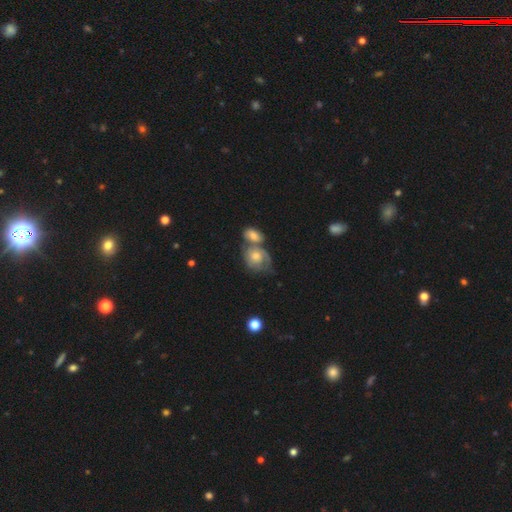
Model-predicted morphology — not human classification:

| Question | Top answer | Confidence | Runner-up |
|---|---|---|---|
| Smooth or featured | featured or disk | 50% | smooth (36%) |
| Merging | merger | 48% | none (37%) |